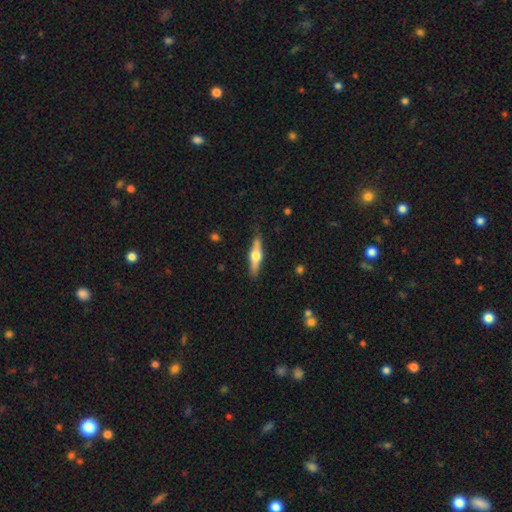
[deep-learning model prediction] smooth_or_featured: featured or disk (p=0.59) [alt: smooth p=0.36]
disk_edge_on: yes (p=0.95) [alt: no p=0.05]
edge_on_bulge: rounded (p=0.94) [alt: boxy p=0.04]
merging: none (p=0.83) [alt: minor disturbance p=0.13]